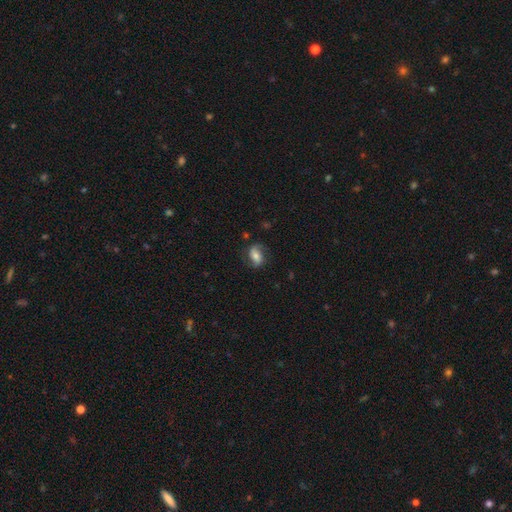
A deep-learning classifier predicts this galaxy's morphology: This is possibly a featured or disk galaxy (48%). Merging: likely none (69%).